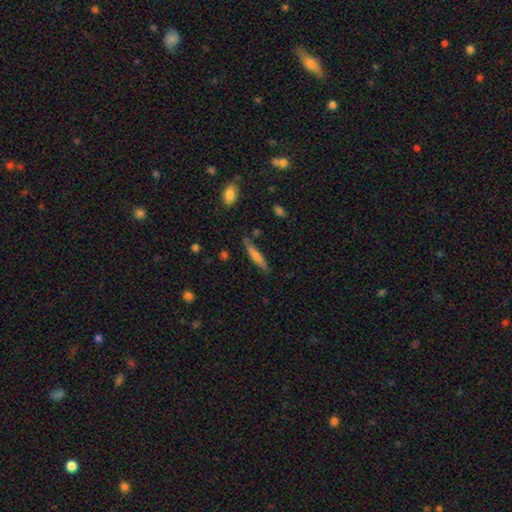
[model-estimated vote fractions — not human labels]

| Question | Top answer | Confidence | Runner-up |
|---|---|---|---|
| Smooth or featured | smooth | 61% | featured or disk (33%) |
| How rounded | cigar-shaped | 89% | in between (9%) |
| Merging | none | 82% | minor disturbance (13%) |